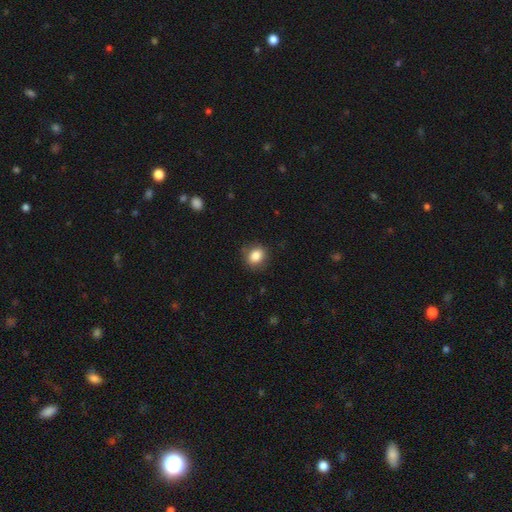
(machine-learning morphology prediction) Overall: smooth (85%). How rounded: round (57%; in between 42%). Merging: none (81%).